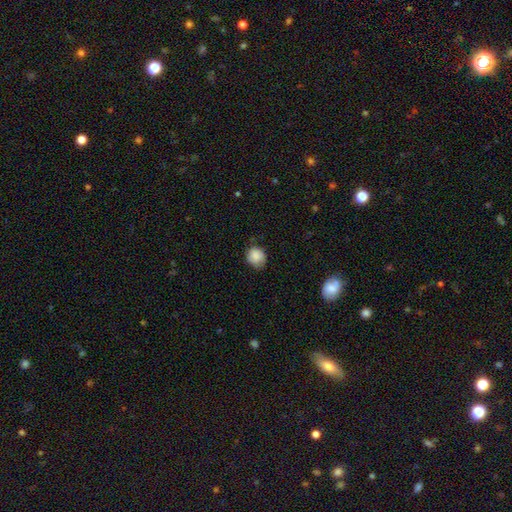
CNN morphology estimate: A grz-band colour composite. It shows a smooth galaxy with no disk features (86%) that is round (79%). Merging: none (71%).